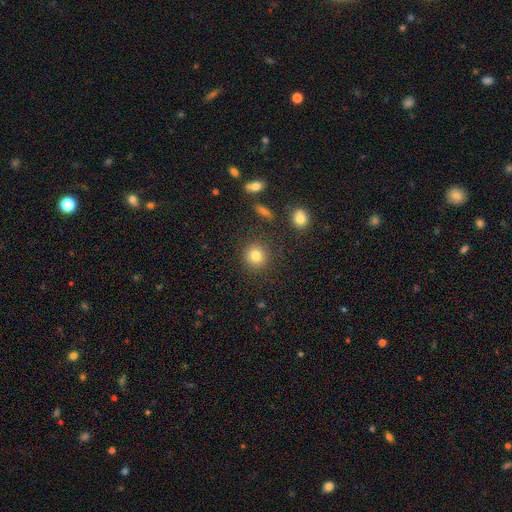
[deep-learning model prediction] smooth-or-featured: smooth: 82% | star or artifact: 11% | featured or disk: 7%
  how-rounded: round: 90% | in between: 9% | cigar-shaped: 1%
  merging: none: 88% | minor disturbance: 7% | major disturbance: 3% | merger: 2%